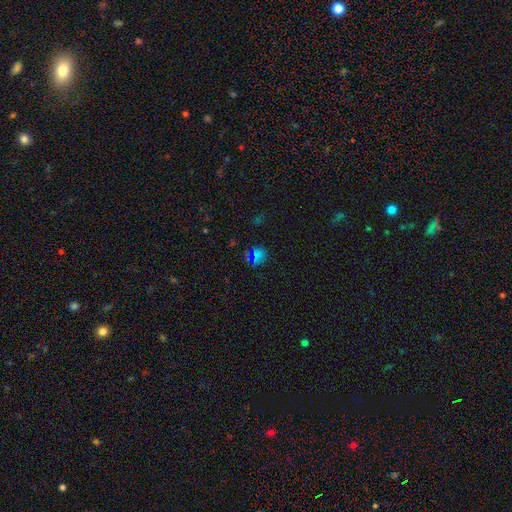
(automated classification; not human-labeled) This is possibly a smooth galaxy (52%). How rounded: likely round (77%). Merging: likely none (73%).